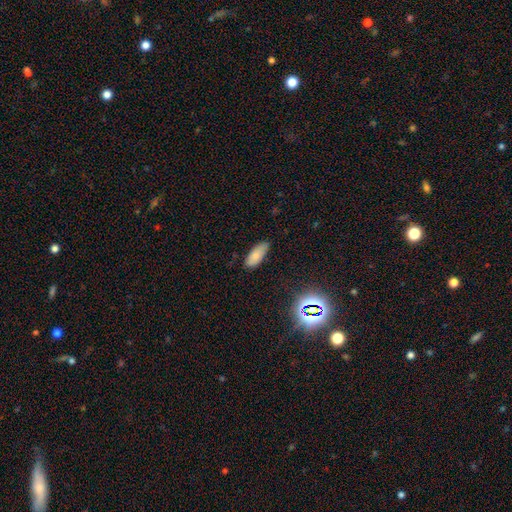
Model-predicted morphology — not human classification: smooth 78%, featured or disk 11%, star or artifact 10%. Down the decision tree: how rounded — in between (82%); merging — none (77%).